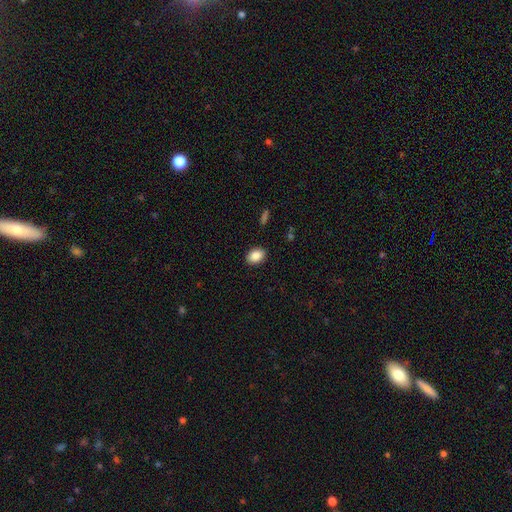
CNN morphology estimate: A smooth galaxy with no disk features (89%) that is in between round and cigar-shaped (80%).

Vote fractions:
- Smooth or featured? smooth: 89% / star or artifact: 7% / featured or disk: 4%
- How rounded? in between: 80% / round: 19% / cigar-shaped: 1%
- Merging? none: 89% / minor disturbance: 8% / major disturbance: 2% / merger: 1%